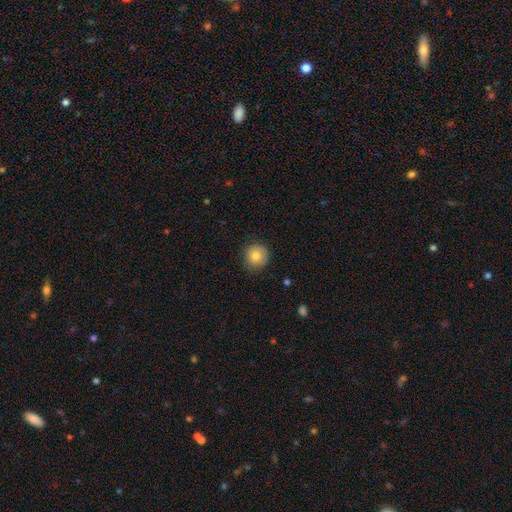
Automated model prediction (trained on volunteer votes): A smooth galaxy with no disk features (80%) that is round (93%). Merging: none (85%).